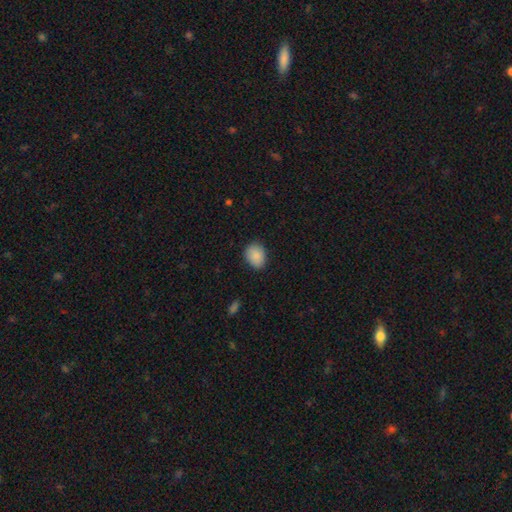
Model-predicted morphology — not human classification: Smooth or featured?
  - smooth: 88% *
  - star or artifact: 7%
  - featured or disk: 4%
How rounded?
  - in between: 58% *
  - round: 41%
  - cigar-shaped: 1%
Merging?
  - none: 82% *
  - minor disturbance: 14%
  - major disturbance: 3%
  - merger: 1%